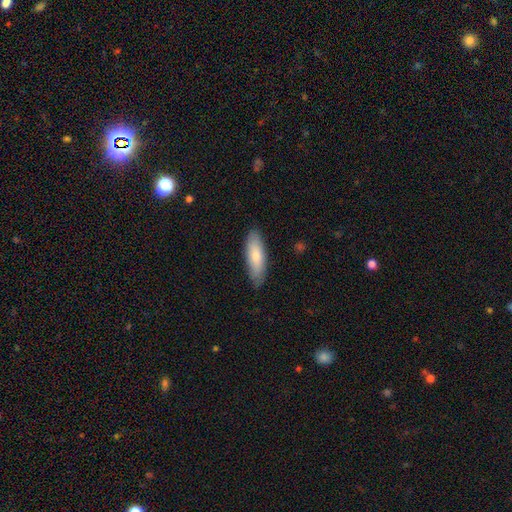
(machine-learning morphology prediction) A smooth galaxy with no disk features (79%) that is in between round and cigar-shaped (58%). Merging: none (83%).